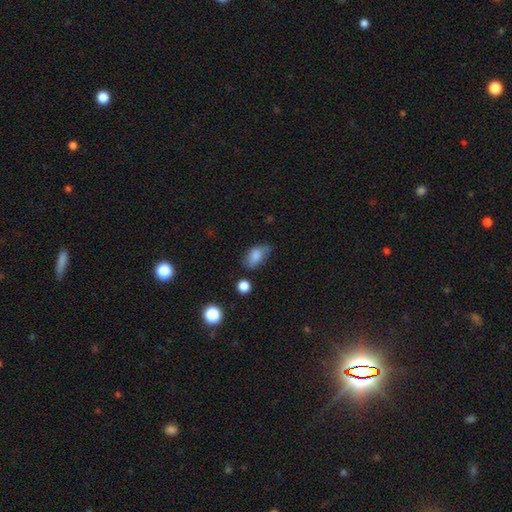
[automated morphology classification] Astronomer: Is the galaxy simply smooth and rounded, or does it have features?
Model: smooth — 82%.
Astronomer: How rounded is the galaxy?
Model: in between — 90%.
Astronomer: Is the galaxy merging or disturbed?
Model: none — 65%.